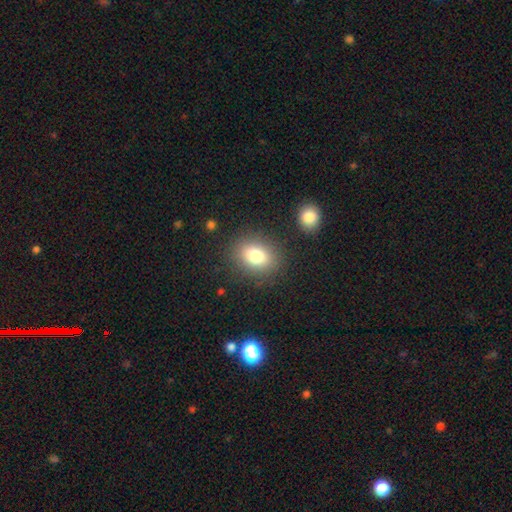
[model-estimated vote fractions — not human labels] The model was most divided on "how rounded": in between: 53%, round: 46%, cigar-shaped: 1%. More confident: merging — none (84%); smooth or featured — smooth (79%).